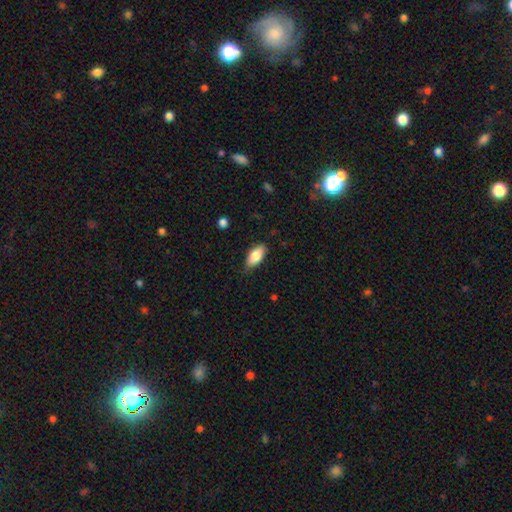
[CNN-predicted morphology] Overall: smooth (81%). How rounded: in between (90%). Merging: none (79%).